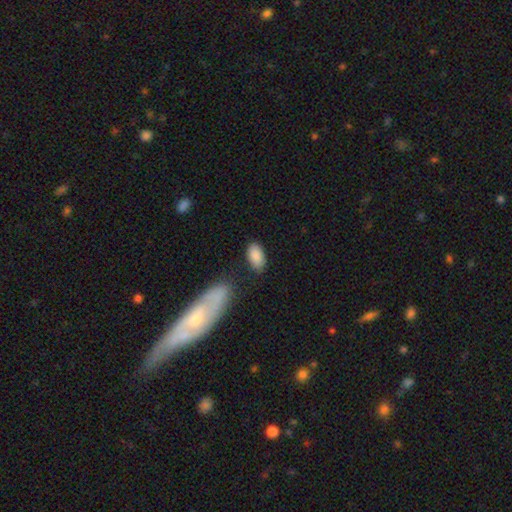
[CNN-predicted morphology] A smooth galaxy with no disk features (88%) that is in between round and cigar-shaped (94%).

Vote fractions:
- Smooth or featured? smooth: 88% / star or artifact: 7% / featured or disk: 5%
- How rounded? in between: 94% / round: 3% / cigar-shaped: 3%
- Merging? none: 78% / minor disturbance: 15% / merger: 4% / major disturbance: 4%